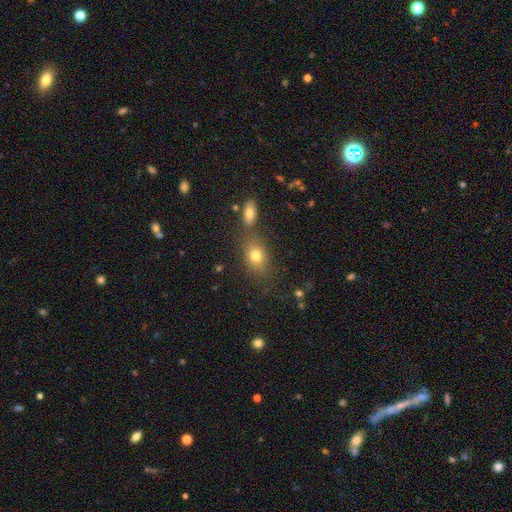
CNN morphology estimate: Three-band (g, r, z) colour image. It shows a smooth galaxy with no disk features (76%) that is in between round and cigar-shaped (72%). Merging: none (67%).